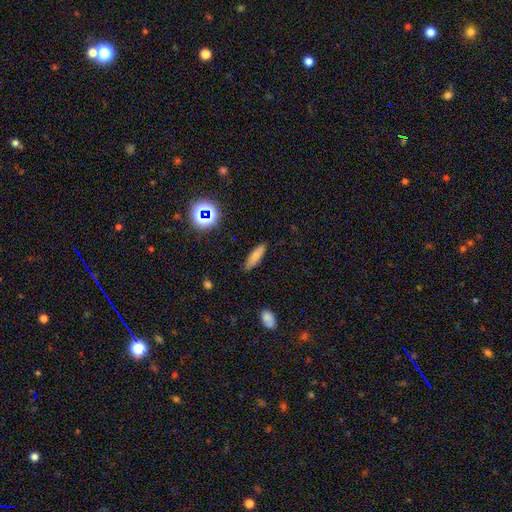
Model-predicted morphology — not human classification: type=smooth (77%); roundness=cigar-shaped (68%); merging=none (88%).